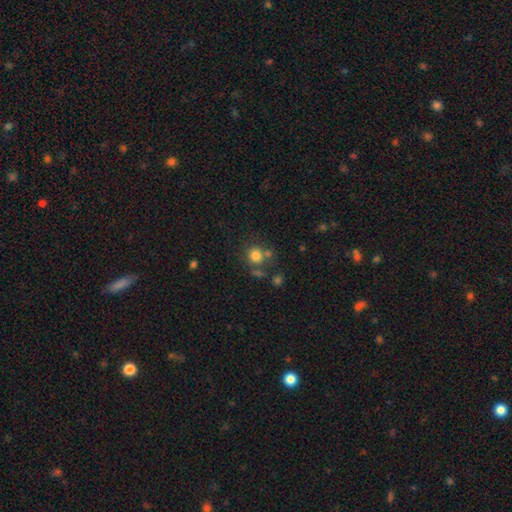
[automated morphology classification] Smooth or featured? smooth (78%)
How rounded? round (86%)
Merging? none (64%)